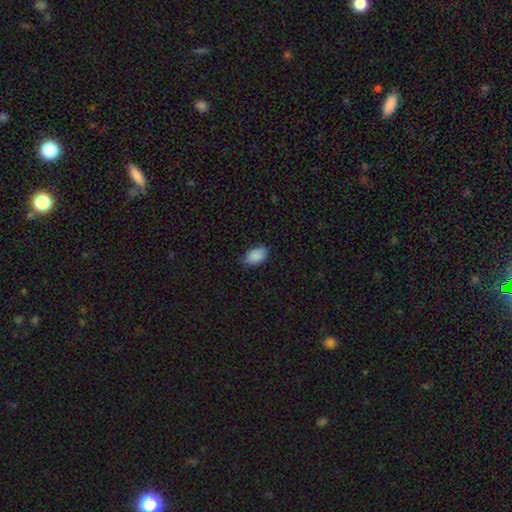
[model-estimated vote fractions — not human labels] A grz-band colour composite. It shows a smooth galaxy with no disk features (90%) that is in between round and cigar-shaped (93%). Merging: none (82%).